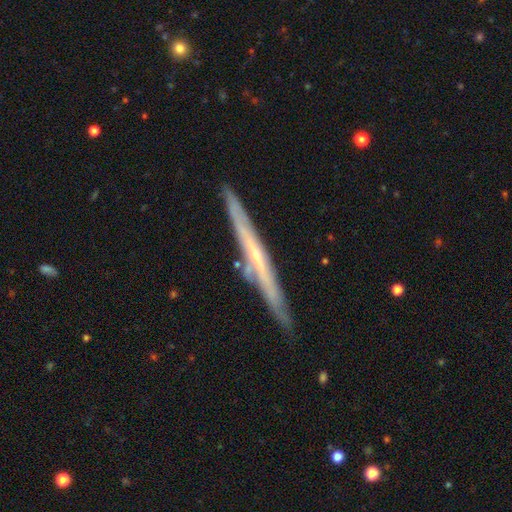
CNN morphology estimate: Overall: featured or disk (72%). Edge-on disk: yes (95%). Edge-on bulge: none (58%; rounded 38%). Merging: none (85%).